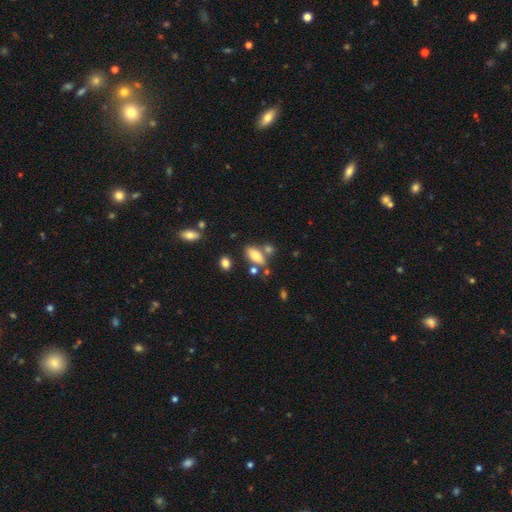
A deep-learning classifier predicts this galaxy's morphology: Q: Smooth or featured?
A: smooth (76%); runner-up: featured or disk (16%)
Q: How rounded?
A: in between (83%); runner-up: cigar-shaped (14%)
Q: Merging?
A: none (65%); runner-up: merger (16%)